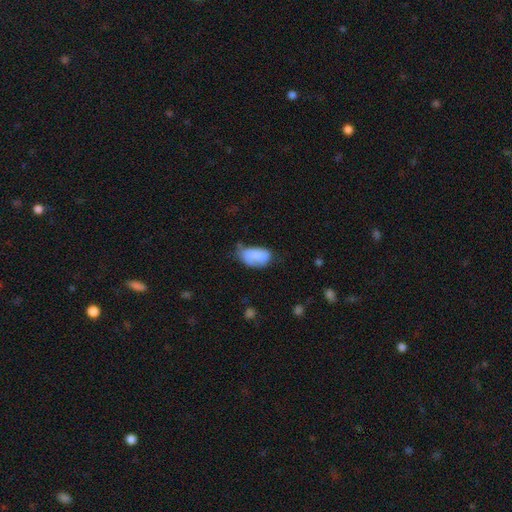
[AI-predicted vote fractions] Smooth or featured?
  - smooth: 76% *
  - featured or disk: 16%
  - star or artifact: 8%
How rounded?
  - in between: 92% *
  - round: 6%
  - cigar-shaped: 2%
Merging?
  - minor disturbance: 39% *
  - none: 35%
  - major disturbance: 20%
  - merger: 6%